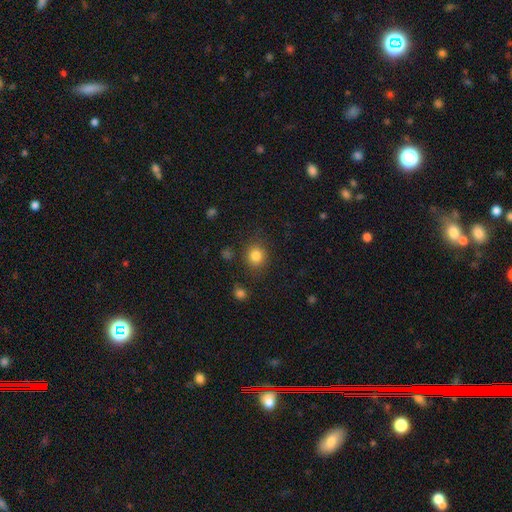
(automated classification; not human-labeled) Smooth or featured? smooth (83%)
How rounded? round (82%)
Merging? none (83%)